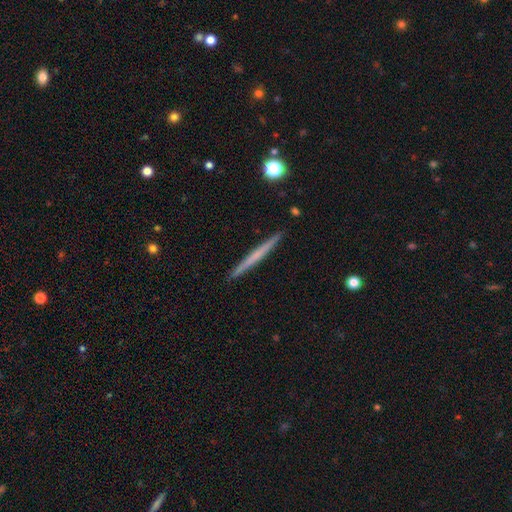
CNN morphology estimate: The model was most divided on "smooth or featured": featured or disk: 48%, smooth: 46%, star or artifact: 6%. More confident: merging — none (92%).